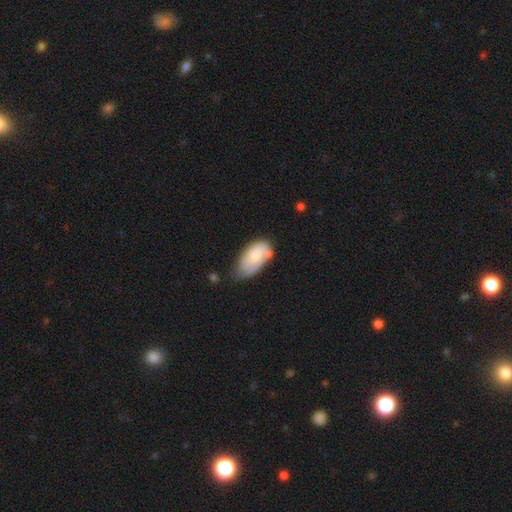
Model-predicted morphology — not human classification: The model was most divided on "merging": none: 41%, minor disturbance: 39%, major disturbance: 11%, merger: 9%. More confident: how rounded — in between (94%); smooth or featured — smooth (62%).